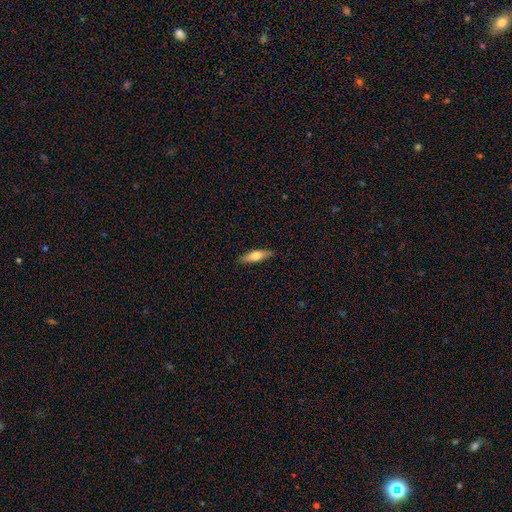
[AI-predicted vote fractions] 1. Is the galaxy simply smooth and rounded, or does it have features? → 67% smooth, 27% featured or disk, 6% star or artifact.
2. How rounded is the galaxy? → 56% cigar-shaped, 42% in between, 2% round.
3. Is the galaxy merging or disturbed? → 86% none, 11% minor disturbance, 2% major disturbance, 1% merger.